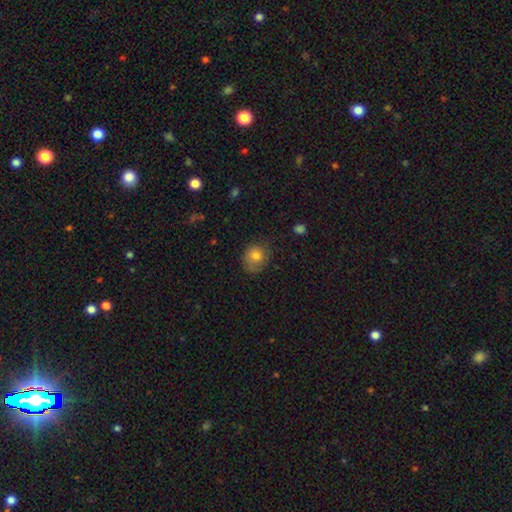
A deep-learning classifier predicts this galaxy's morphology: Smooth or featured?
  - smooth: 79% *
  - featured or disk: 12%
  - star or artifact: 9%
How rounded?
  - round: 70% *
  - in between: 29%
  - cigar-shaped: 1%
Merging?
  - none: 63% *
  - minor disturbance: 26%
  - major disturbance: 9%
  - merger: 2%